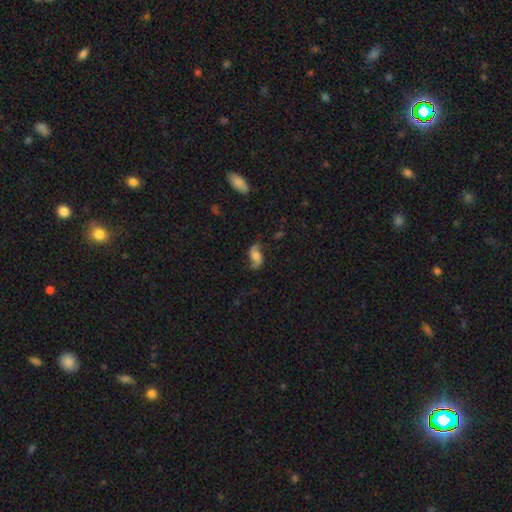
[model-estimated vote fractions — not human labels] This appears to be a featured or disk galaxy (73%) with no bar (58%), 2 (92%) loose (74%) spiral arms (94%) and a moderate central bulge (36%). Merging: none (73%).